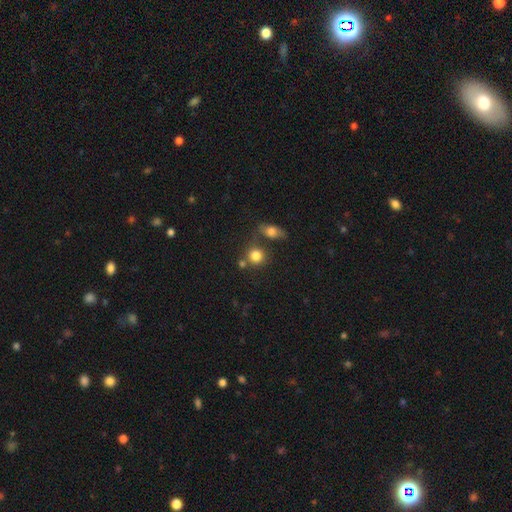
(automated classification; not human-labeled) Smooth or featured? Predicted: smooth (p=0.82). How rounded? Predicted: round (p=0.83). Merging? Predicted: none (p=0.61).